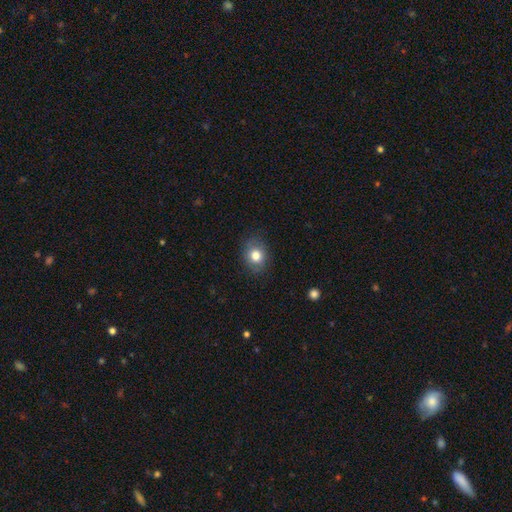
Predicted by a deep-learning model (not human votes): Smooth or featured? smooth (80%)
How rounded? round (55%)
Merging? none (83%)